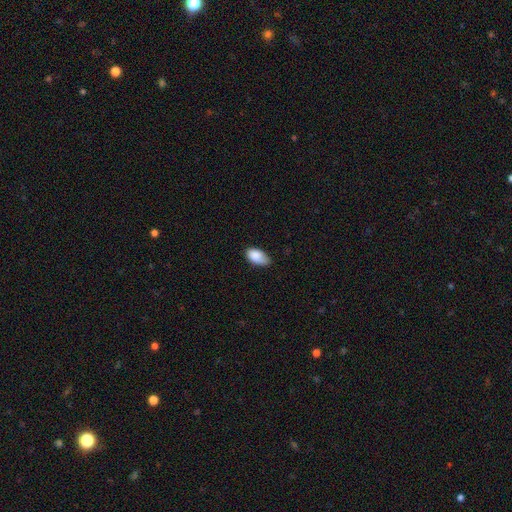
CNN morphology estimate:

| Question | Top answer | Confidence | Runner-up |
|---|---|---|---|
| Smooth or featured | smooth | 86% | featured or disk (8%) |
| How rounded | in between | 94% | round (4%) |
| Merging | none | 54% | minor disturbance (38%) |